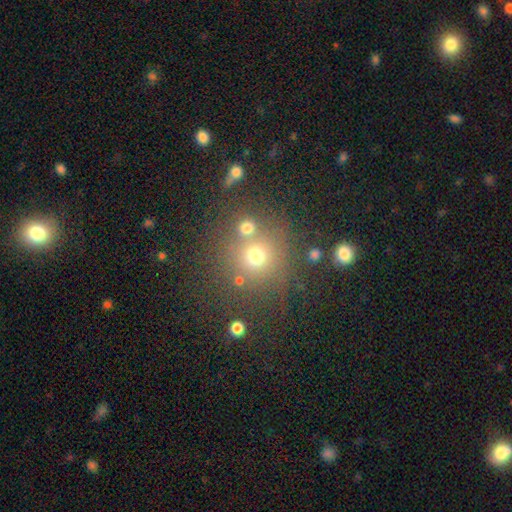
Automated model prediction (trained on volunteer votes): Q: Smooth or featured?
A: smooth (68%); runner-up: star or artifact (21%)
Q: How rounded?
A: round (90%); runner-up: in between (9%)
Q: Merging?
A: none (67%); runner-up: merger (18%)